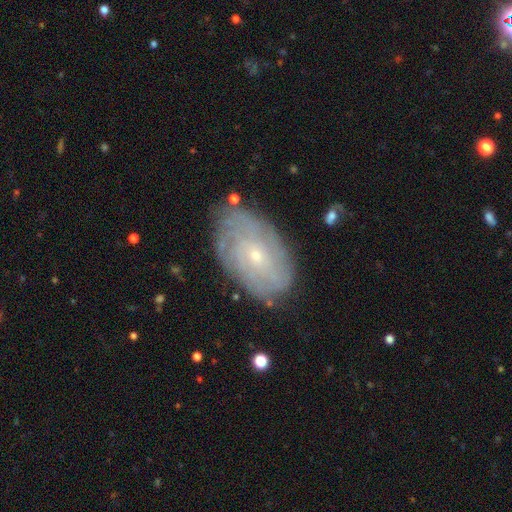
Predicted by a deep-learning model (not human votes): Overall: featured or disk (72%). Edge-on disk: no (95%). Bar: no (73%). Spiral arms: yes (87%). Spiral arm count: can't tell (55%). Spiral winding: tight (74%). Bulge size: small (73%). Merging: none (78%).